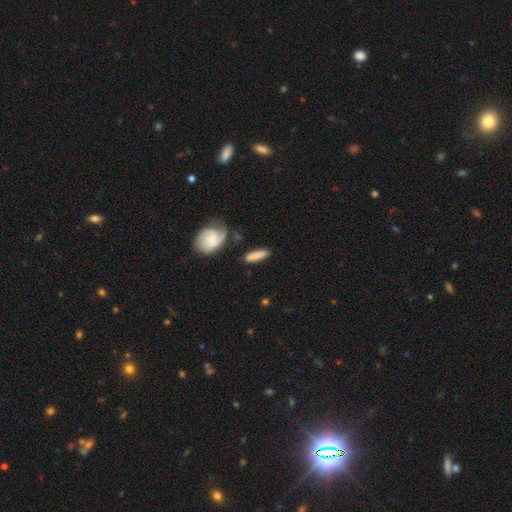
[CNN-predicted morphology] Q: Smooth or featured?
A: smooth (72%); runner-up: featured or disk (22%)
Q: How rounded?
A: cigar-shaped (65%); runner-up: in between (32%)
Q: Merging?
A: none (70%); runner-up: minor disturbance (17%)